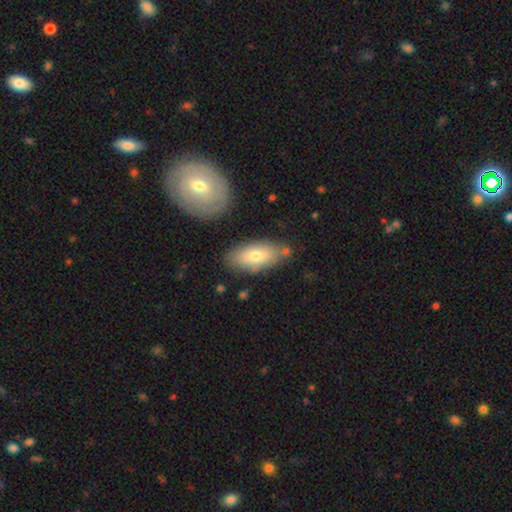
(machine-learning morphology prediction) A smooth galaxy with no disk features (72%) that is in between round and cigar-shaped (87%). Merging: none (73%).